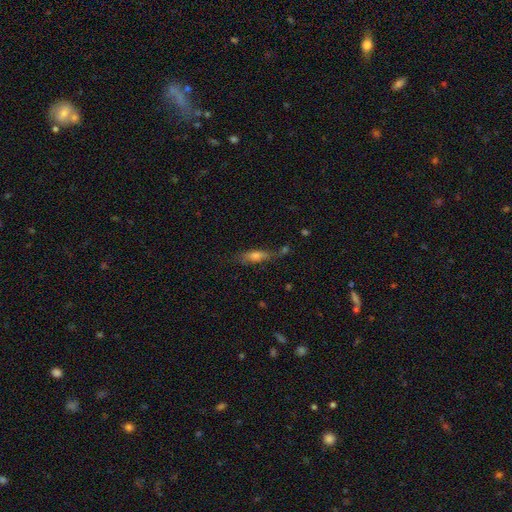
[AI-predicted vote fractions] Morphology: type=smooth (59%); roundness=cigar-shaped (58%); merging=none (61%).